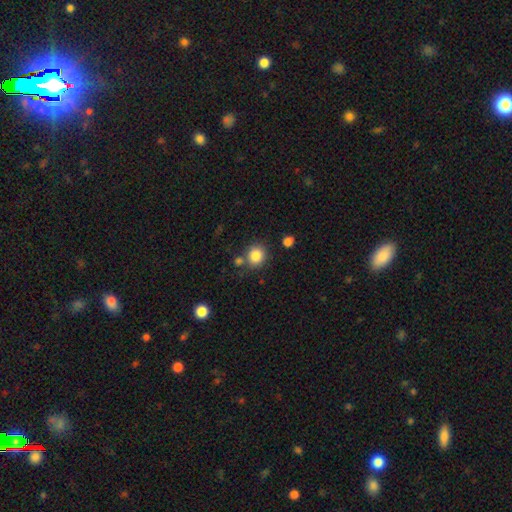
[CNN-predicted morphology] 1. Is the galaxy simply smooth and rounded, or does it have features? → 84% smooth, 10% star or artifact, 5% featured or disk.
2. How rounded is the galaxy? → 80% round, 19% in between, 1% cigar-shaped.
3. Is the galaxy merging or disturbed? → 74% none, 11% merger, 11% minor disturbance, 4% major disturbance.